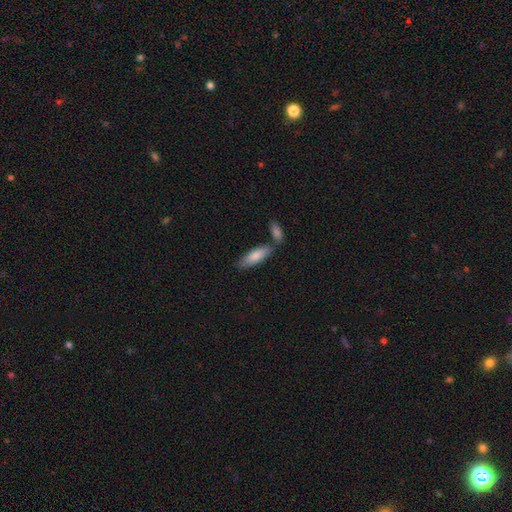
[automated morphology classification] Smooth or featured? smooth (83%)
How rounded? in between (56%)
Merging? none (63%)